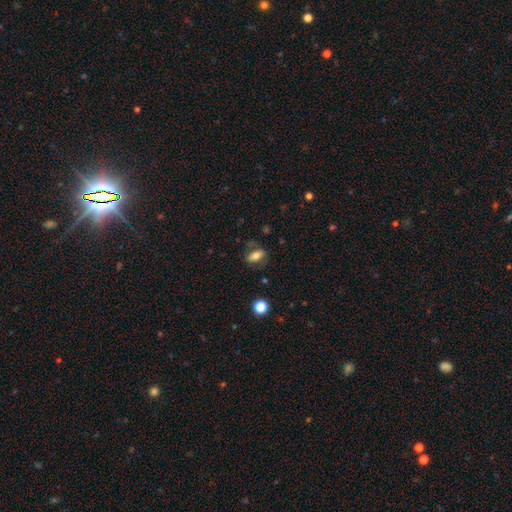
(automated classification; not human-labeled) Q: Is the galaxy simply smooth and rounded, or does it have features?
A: smooth — 66%.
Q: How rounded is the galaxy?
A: in between — 76%.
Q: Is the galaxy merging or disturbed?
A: none — 73%.